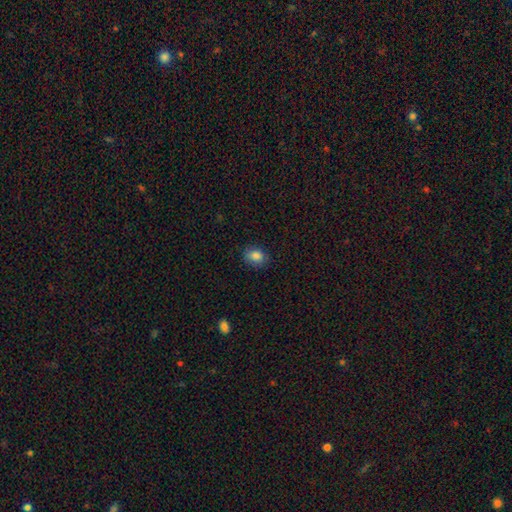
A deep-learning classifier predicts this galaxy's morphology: smooth-or-featured: smooth: 85% | star or artifact: 10% | featured or disk: 5%
  how-rounded: in between: 59% | round: 40% | cigar-shaped: 1%
  merging: none: 84% | minor disturbance: 12% | major disturbance: 3% | merger: 1%